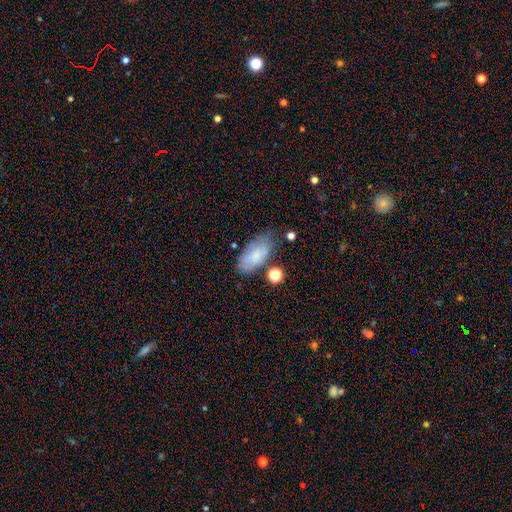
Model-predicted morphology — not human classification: A smooth galaxy with no disk features (70%) that is in between round and cigar-shaped (91%).

Vote fractions:
- Smooth or featured? smooth: 70% / featured or disk: 22% / star or artifact: 9%
- How rounded? in between: 91% / cigar-shaped: 5% / round: 4%
- Merging? none: 59% / minor disturbance: 25% / major disturbance: 9% / merger: 7%